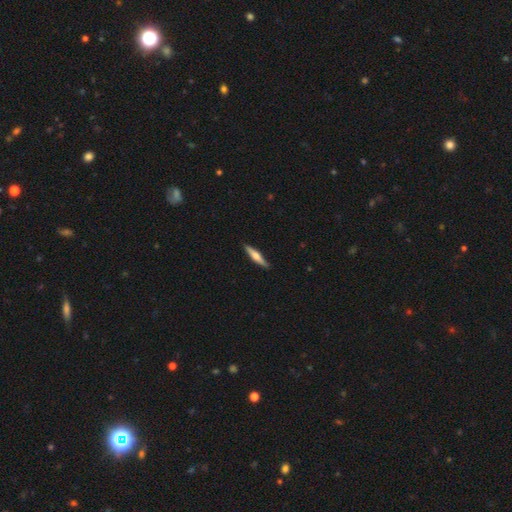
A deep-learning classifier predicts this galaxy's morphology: smooth_or_featured: featured or disk (p=0.53) [alt: smooth p=0.42]
disk_edge_on: yes (p=0.96) [alt: no p=0.04]
edge_on_bulge: rounded (p=0.88) [alt: boxy p=0.07]
merging: none (p=0.89) [alt: minor disturbance p=0.09]